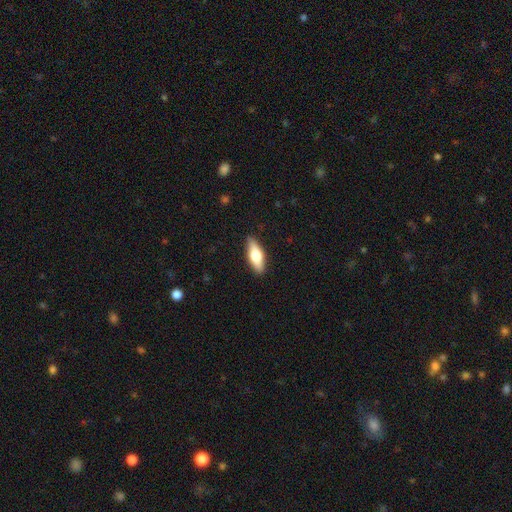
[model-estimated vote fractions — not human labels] Smooth or featured? Predicted: smooth (p=0.61). How rounded? Predicted: in between (p=0.64). Merging? Predicted: none (p=0.88).